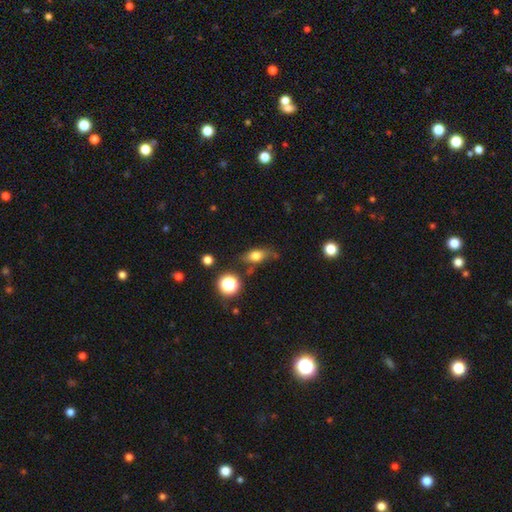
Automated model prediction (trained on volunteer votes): This is likely a smooth galaxy (72%). How rounded: likely in between (73%). Merging: likely none (64%).